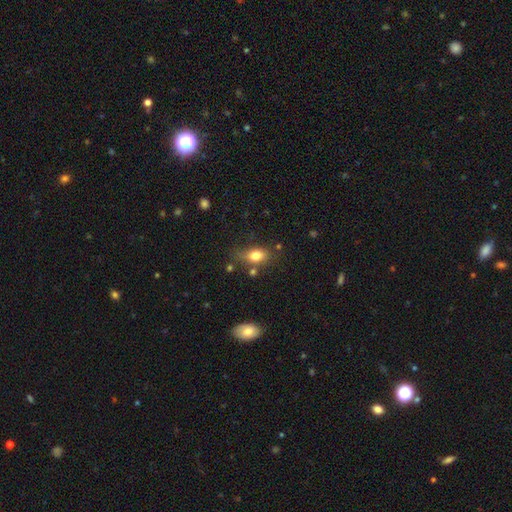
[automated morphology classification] Q: Smooth or featured?
A: smooth (78%); runner-up: featured or disk (12%)
Q: How rounded?
A: in between (81%); runner-up: round (13%)
Q: Merging?
A: none (65%); runner-up: minor disturbance (21%)